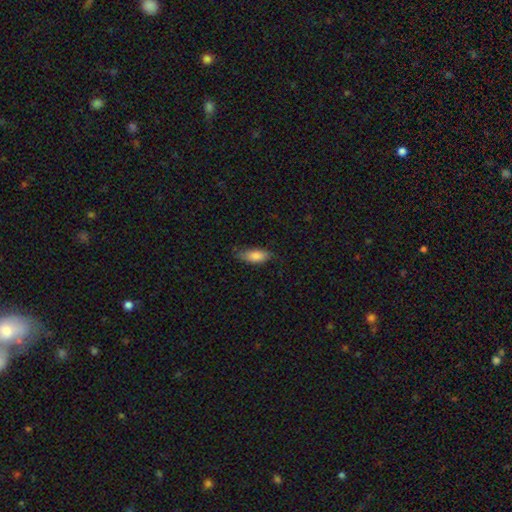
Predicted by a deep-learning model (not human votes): A smooth galaxy with no disk features (83%) that is in between round and cigar-shaped (81%). Merging: none (69%).